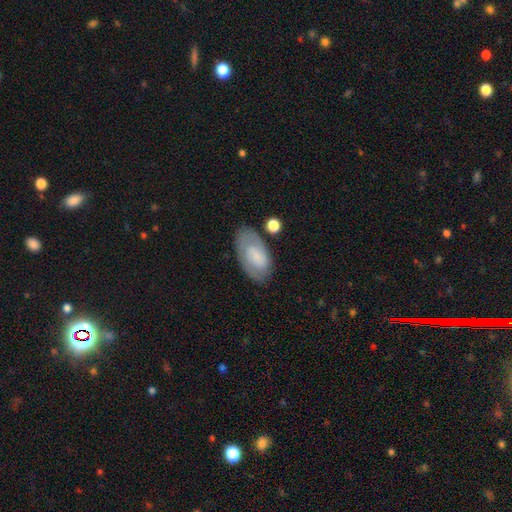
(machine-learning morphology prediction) type=smooth (49%); merging=none (72%).